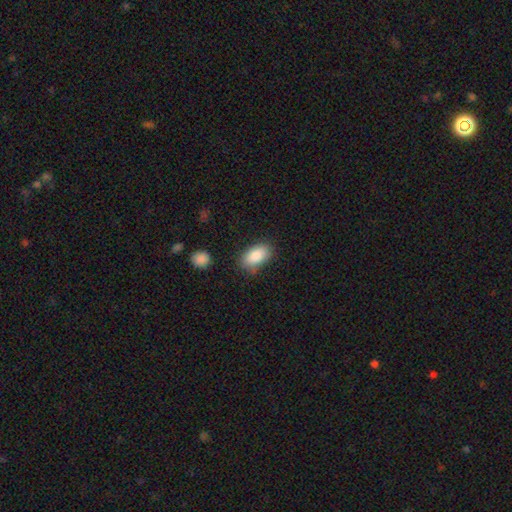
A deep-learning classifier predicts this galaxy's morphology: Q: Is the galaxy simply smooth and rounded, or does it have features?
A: smooth — 87%.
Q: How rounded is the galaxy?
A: in between — 93%.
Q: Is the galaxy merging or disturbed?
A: none — 78%.